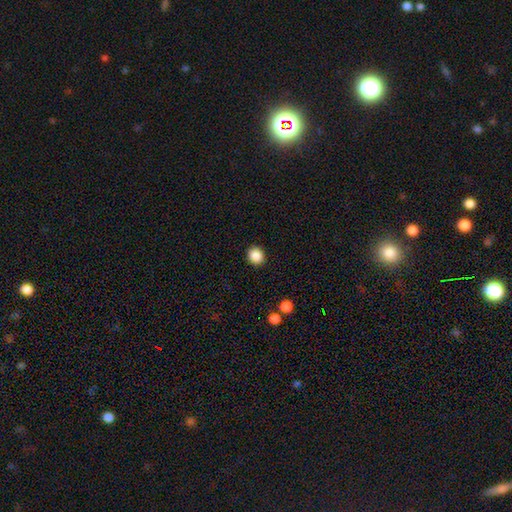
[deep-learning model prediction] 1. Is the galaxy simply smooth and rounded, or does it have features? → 87% smooth, 9% star or artifact, 3% featured or disk.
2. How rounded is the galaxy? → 85% round, 14% in between, 1% cigar-shaped.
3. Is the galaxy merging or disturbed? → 92% none, 5% minor disturbance, 2% major disturbance, 1% merger.